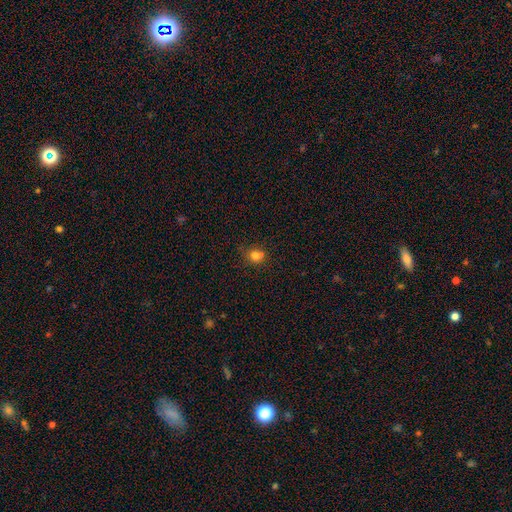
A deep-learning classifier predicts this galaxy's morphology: Smooth or featured? Predicted: smooth (p=0.78). How rounded? Predicted: round (p=0.77). Merging? Predicted: none (p=0.61).